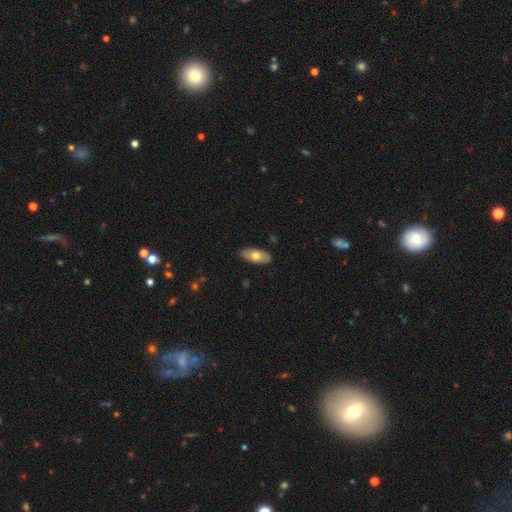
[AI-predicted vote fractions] The model was most divided on "smooth or featured": smooth: 67%, featured or disk: 28%, star or artifact: 6%. More confident: how rounded — in between (89%); merging — none (88%).